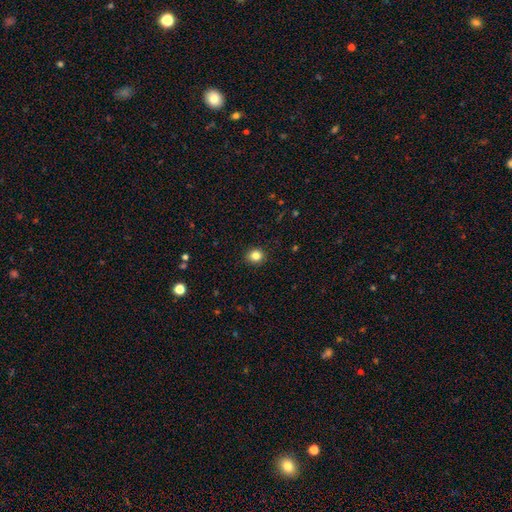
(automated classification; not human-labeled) A smooth galaxy with no disk features (83%) that is round (86%).

Vote fractions:
- Smooth or featured? smooth: 83% / star or artifact: 12% / featured or disk: 5%
- How rounded? round: 86% / in between: 13% / cigar-shaped: 1%
- Merging? none: 91% / minor disturbance: 6% / major disturbance: 2% / merger: 1%